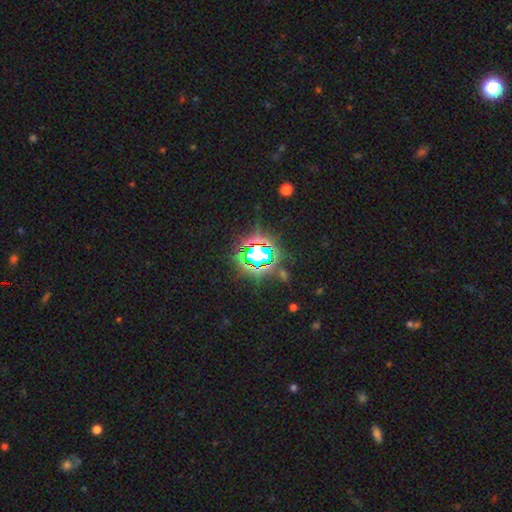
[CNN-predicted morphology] smooth_or_featured: star or artifact (p=0.76) [alt: smooth p=0.14]